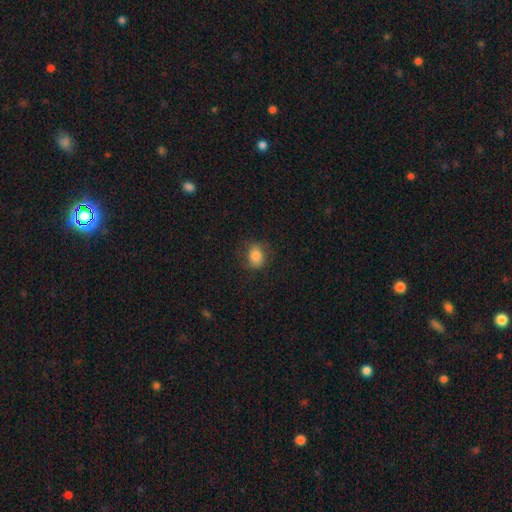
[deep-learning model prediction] Smooth or featured? Predicted: smooth (p=0.79). How rounded? Predicted: round (p=0.51). Merging? Predicted: none (p=0.73).